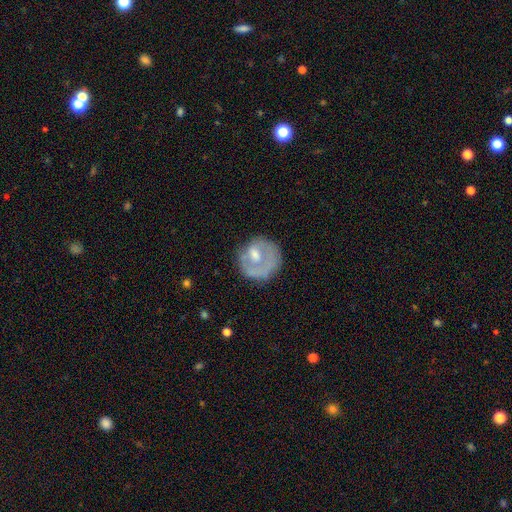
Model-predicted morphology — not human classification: This appears to be a featured or disk galaxy (49%). Merging: none (54%).